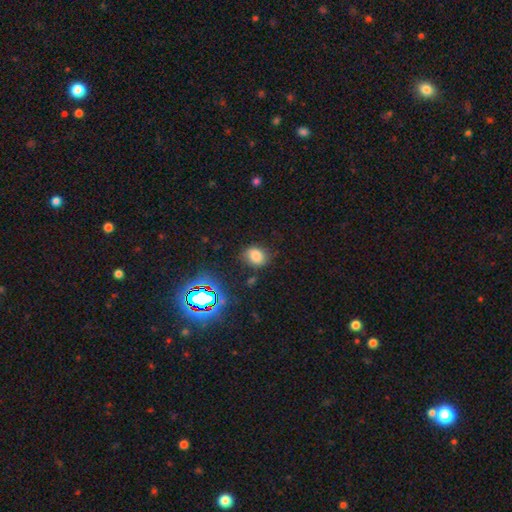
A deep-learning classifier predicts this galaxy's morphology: This is likely a smooth galaxy (75%). How rounded: possibly in between (53%). Merging: likely none (76%).